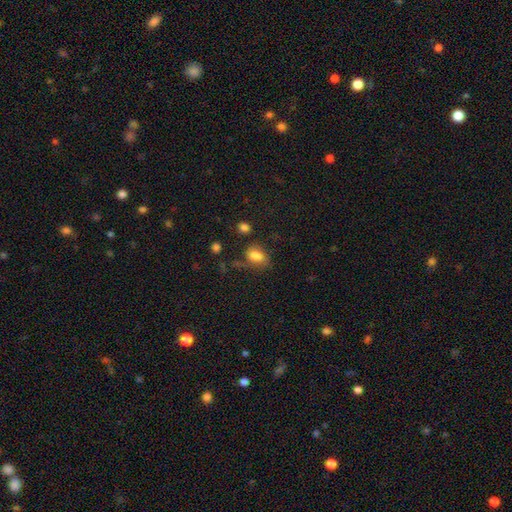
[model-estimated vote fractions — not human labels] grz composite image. It shows a smooth galaxy with no disk features (77%) that is in between round and cigar-shaped (76%). Merging: none (49%).